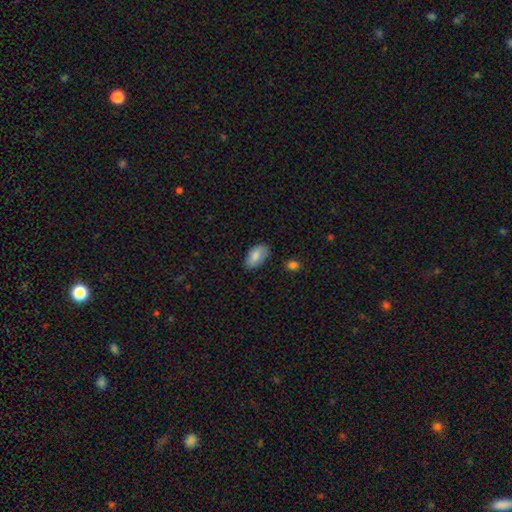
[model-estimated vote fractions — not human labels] The model was most divided on "merging": none: 80%, minor disturbance: 15%, major disturbance: 3%, merger: 2%. More confident: how rounded — in between (94%); smooth or featured — smooth (84%).